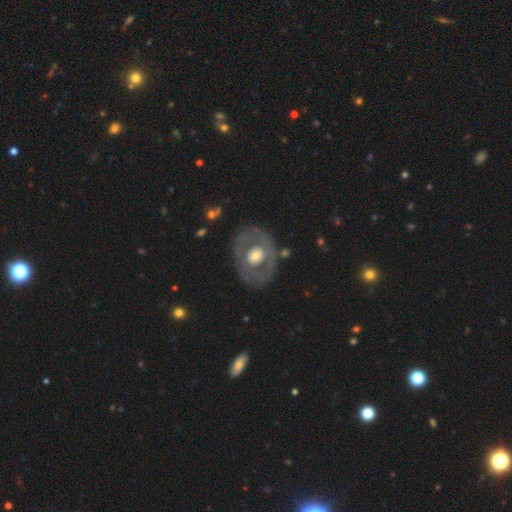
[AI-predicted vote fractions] Smooth or featured: featured or disk — 67% (smooth — 28%)
Edge-on disk: no — 95% (yes — 5%)
Bar: no — 80% (weak — 15%)
Spiral arms: no — 70% (yes — 30%)
Bulge size: moderate — 61% (large — 21%)
Merging: none — 74% (minor disturbance — 14%)